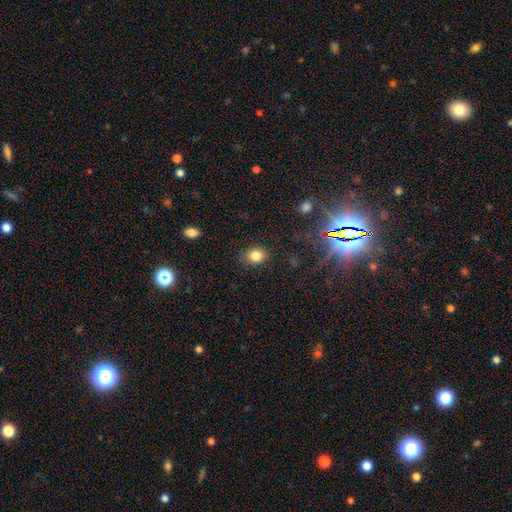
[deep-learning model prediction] Overall: smooth (82%). How rounded: in between (56%; round 43%). Merging: none (84%).